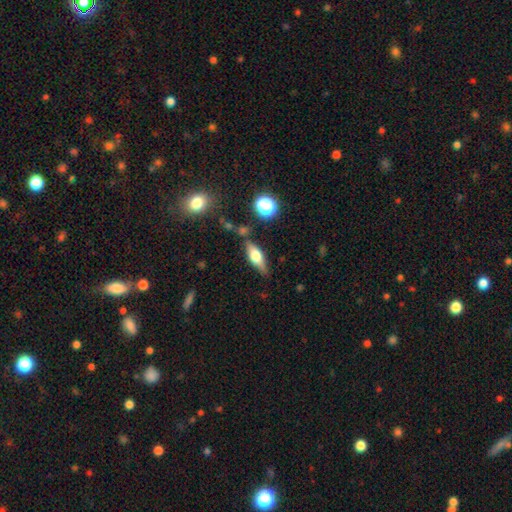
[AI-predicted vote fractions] This appears to be a smooth galaxy with no disk features (50%). Merging: none (75%).